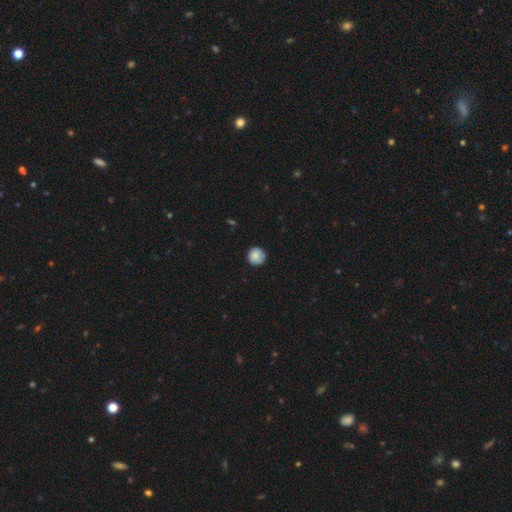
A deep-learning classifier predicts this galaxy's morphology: This is clearly a smooth galaxy (83%). How rounded: clearly round (95%). Merging: clearly none (87%).